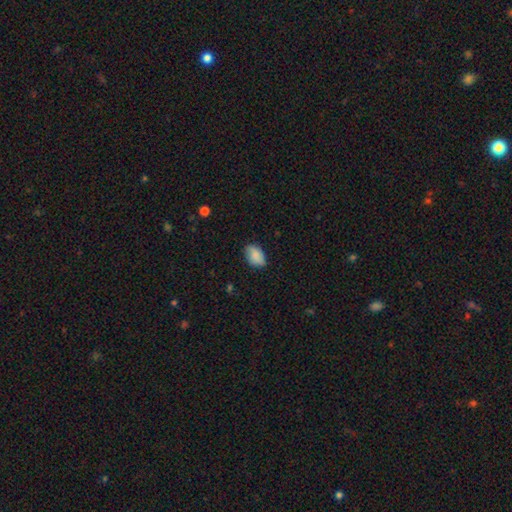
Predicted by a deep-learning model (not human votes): Q: Smooth or featured?
A: smooth (84%); runner-up: featured or disk (9%)
Q: How rounded?
A: in between (88%); runner-up: round (11%)
Q: Merging?
A: none (75%); runner-up: minor disturbance (21%)